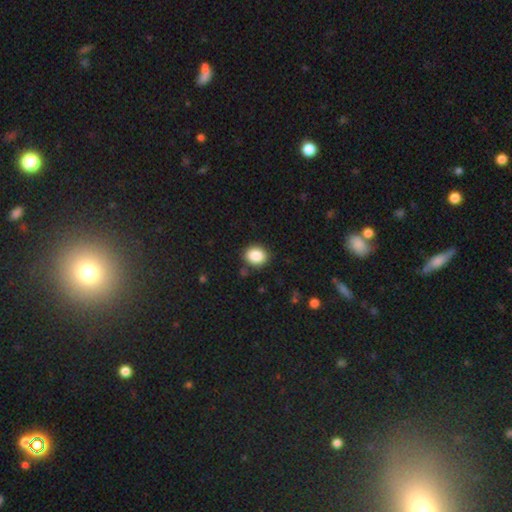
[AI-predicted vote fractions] smooth-or-featured: smooth: 87% | star or artifact: 9% | featured or disk: 4%
  how-rounded: round: 60% | in between: 39% | cigar-shaped: 1%
  merging: none: 87% | minor disturbance: 9% | major disturbance: 3% | merger: 2%